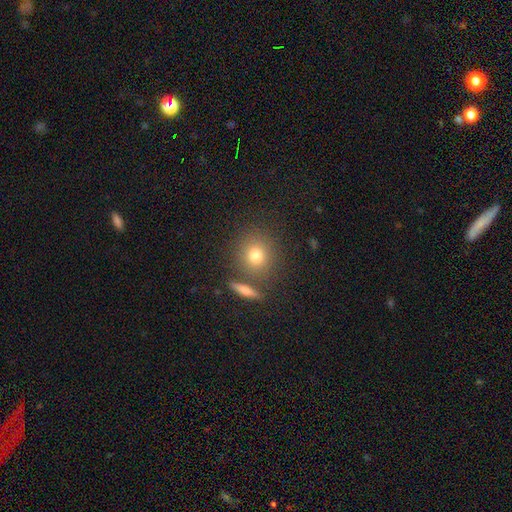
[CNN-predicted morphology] Smooth or featured? Predicted: smooth (p=0.76). How rounded? Predicted: round (p=0.80). Merging? Predicted: none (p=0.77).